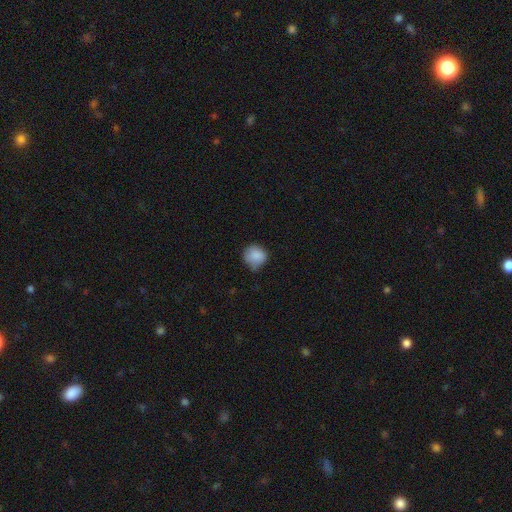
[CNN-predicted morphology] The model was most divided on "merging": none: 59%, minor disturbance: 32%, major disturbance: 7%, merger: 2%. More confident: smooth or featured — smooth (85%); how rounded — round (82%).